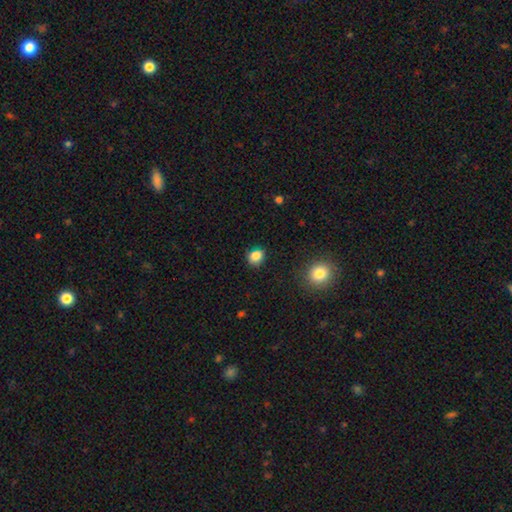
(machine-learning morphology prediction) smooth 84%, star or artifact 11%, featured or disk 5%. Down the decision tree: how rounded — round (62%); merging — none (82%).